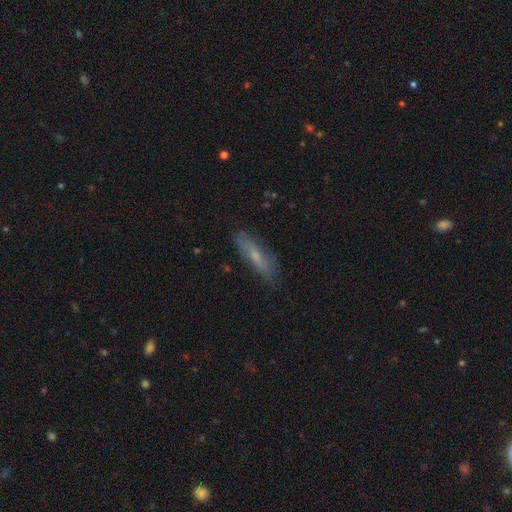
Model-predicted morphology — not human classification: Smooth or featured: smooth — 52% (featured or disk — 40%)
How rounded: cigar-shaped — 70% (in between — 28%)
Merging: none — 78% (minor disturbance — 17%)